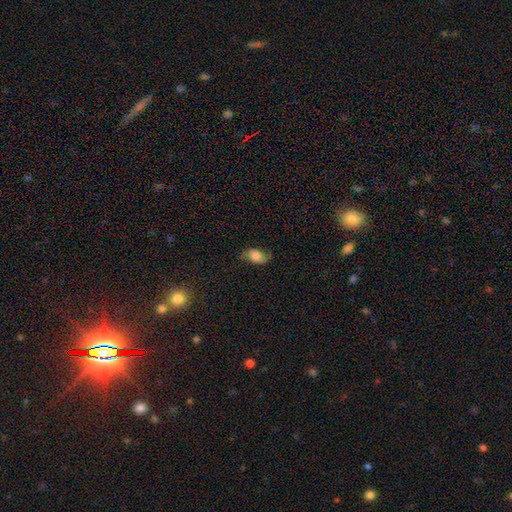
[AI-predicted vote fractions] Q: Smooth or featured?
A: smooth (57%); runner-up: featured or disk (32%)
Q: How rounded?
A: in between (84%); runner-up: round (14%)
Q: Merging?
A: none (66%); runner-up: minor disturbance (23%)